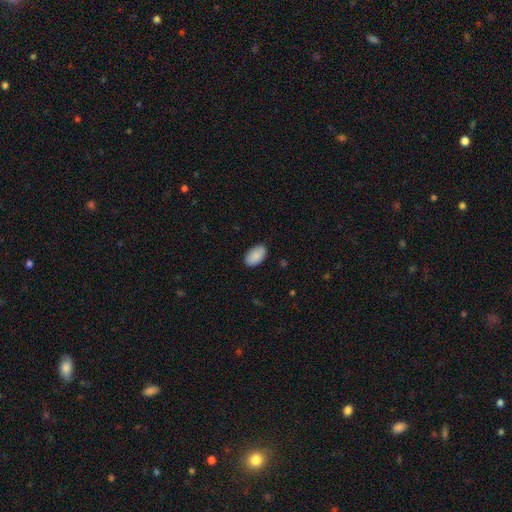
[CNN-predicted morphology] This appears to be a smooth galaxy with no disk features (90%) that is in between round and cigar-shaped (95%). Merging: none (86%).